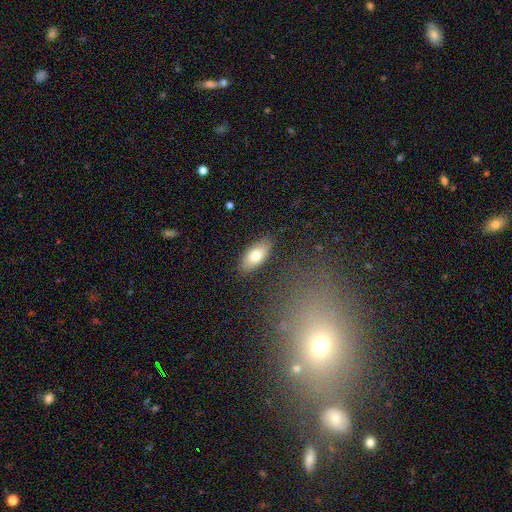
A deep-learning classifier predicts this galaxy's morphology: The model was most divided on "smooth or featured": smooth: 74%, featured or disk: 19%, star or artifact: 7%. More confident: how rounded — in between (90%); merging — none (85%).